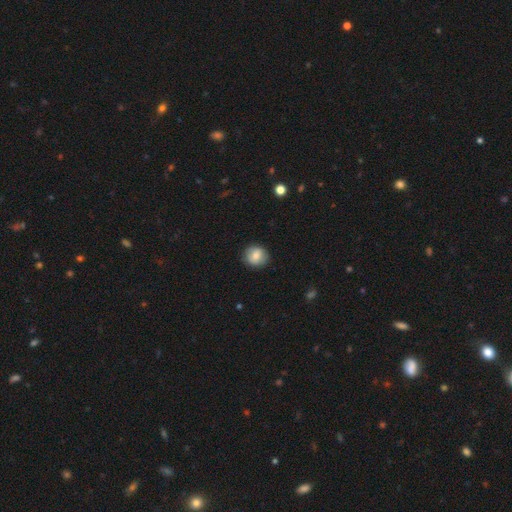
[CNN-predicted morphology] type=smooth (78%); roundness=round (84%); merging=none (87%).